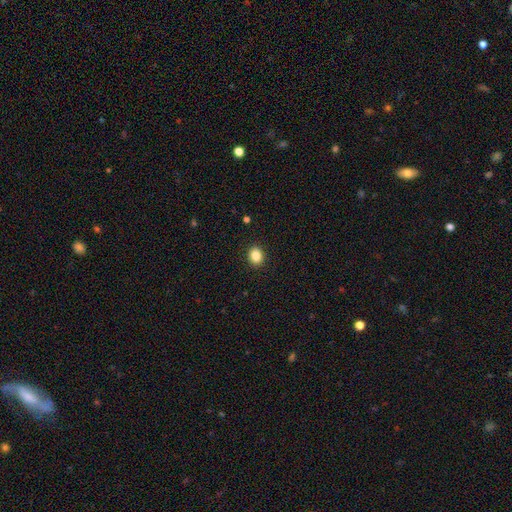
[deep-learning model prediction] Smooth or featured: smooth — 86% (star or artifact — 10%)
How rounded: round — 55% (in between — 44%)
Merging: none — 92% (minor disturbance — 6%)